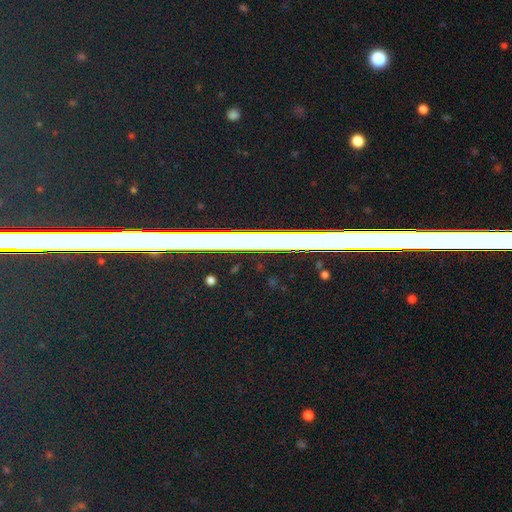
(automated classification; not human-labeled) smooth_or_featured: star or artifact (p=0.81) [alt: featured or disk p=0.11]